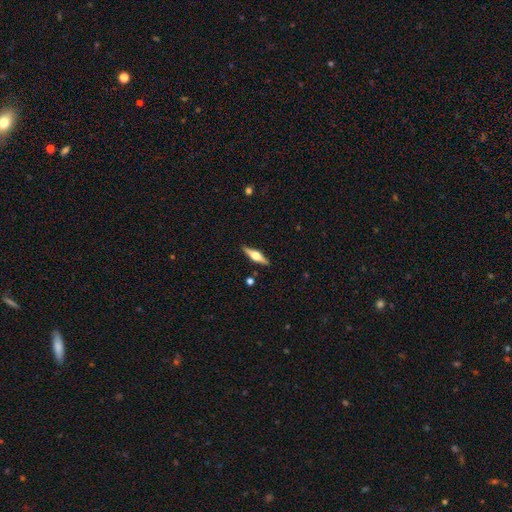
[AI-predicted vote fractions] Smooth or featured?
  - featured or disk: 65% *
  - smooth: 30%
  - star or artifact: 6%
Edge-on disk?
  - yes: 96% *
  - no: 4%
Edge-on bulge?
  - rounded: 94% *
  - boxy: 4%
  - none: 2%
Merging?
  - none: 89% *
  - minor disturbance: 8%
  - major disturbance: 2%
  - merger: 2%